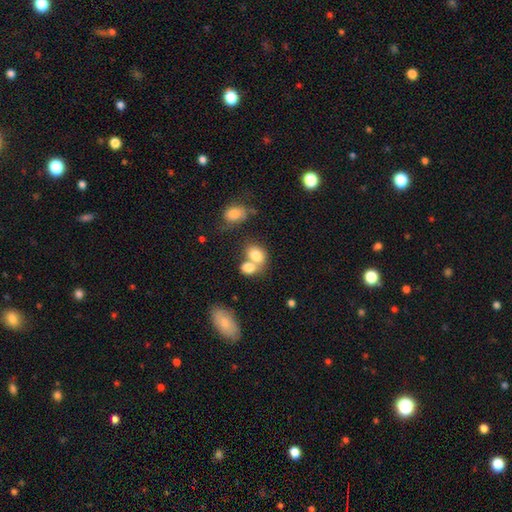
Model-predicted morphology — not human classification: A smooth galaxy with no disk features (78%) that is in between round and cigar-shaped (62%). Merging: merger (54%).